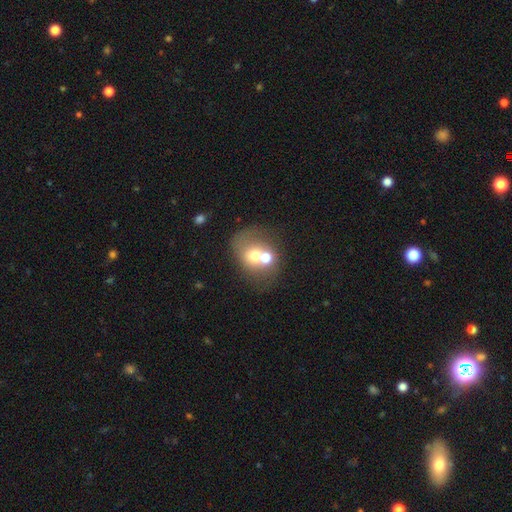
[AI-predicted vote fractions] This is possibly a smooth galaxy (58%). How rounded: likely round (61%). Merging: possibly merger (58%).